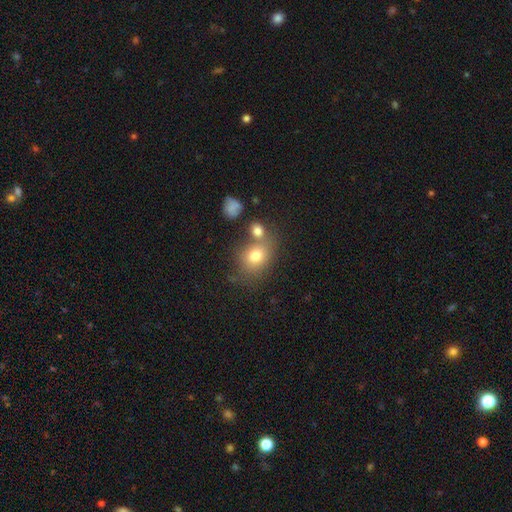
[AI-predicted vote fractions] Smooth or featured?
  - smooth: 76% *
  - featured or disk: 12%
  - star or artifact: 12%
How rounded?
  - in between: 53% *
  - round: 46%
  - cigar-shaped: 1%
Merging?
  - none: 56% *
  - merger: 24%
  - minor disturbance: 14%
  - major disturbance: 6%